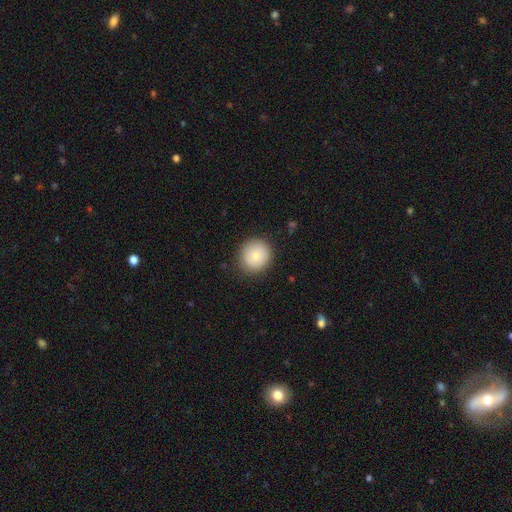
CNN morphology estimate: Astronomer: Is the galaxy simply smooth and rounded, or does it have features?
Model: smooth — 79%.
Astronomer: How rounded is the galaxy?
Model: round — 92%.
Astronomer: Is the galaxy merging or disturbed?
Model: none — 87%.